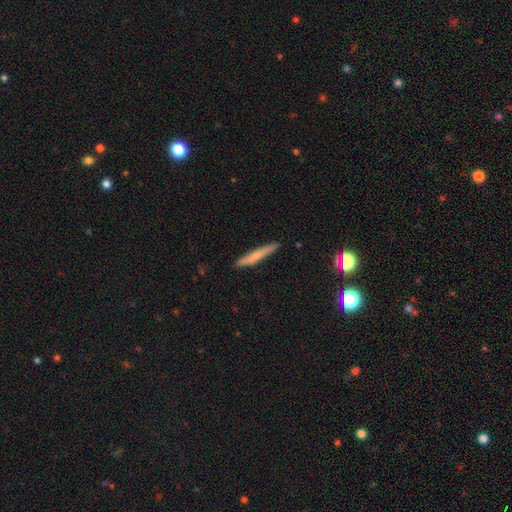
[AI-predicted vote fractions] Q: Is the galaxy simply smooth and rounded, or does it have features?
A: smooth — 65%.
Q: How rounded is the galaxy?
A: cigar-shaped — 95%.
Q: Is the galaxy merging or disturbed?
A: none — 89%.